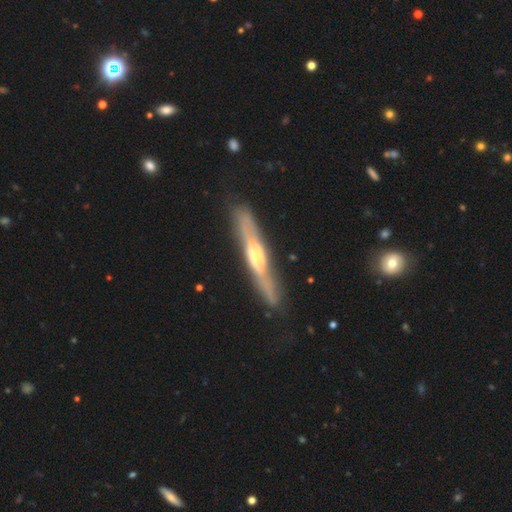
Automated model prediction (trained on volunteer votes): featured or disk 72%, smooth 22%, star or artifact 5%. Down the decision tree: edge-on disk — yes (89%); edge-on bulge — rounded (69%); merging — none (83%).